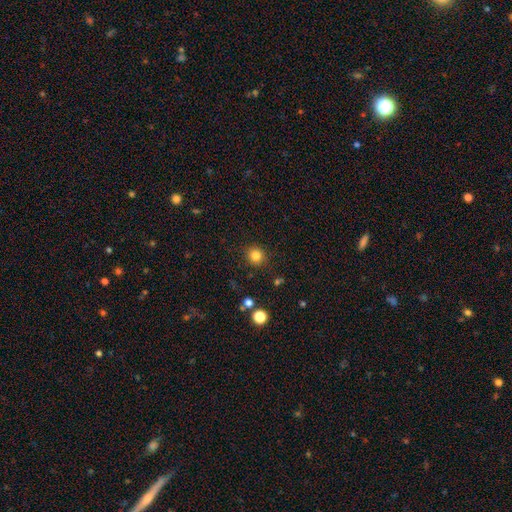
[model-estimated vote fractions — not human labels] Smooth or featured? smooth (83%)
How rounded? round (90%)
Merging? none (89%)